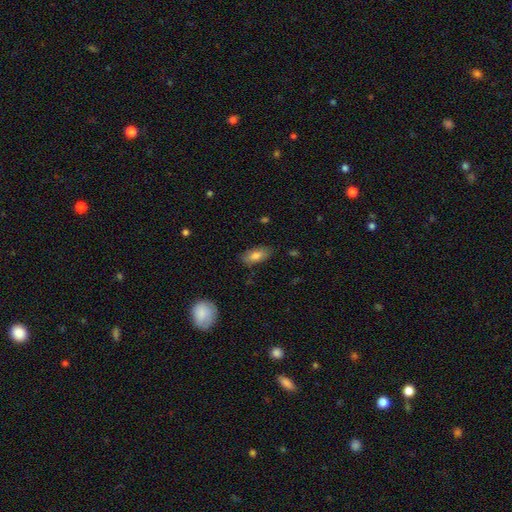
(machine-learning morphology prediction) The model was most divided on "merging": none: 80%, minor disturbance: 15%, major disturbance: 3%, merger: 1%. More confident: how rounded — in between (88%); smooth or featured — smooth (81%).